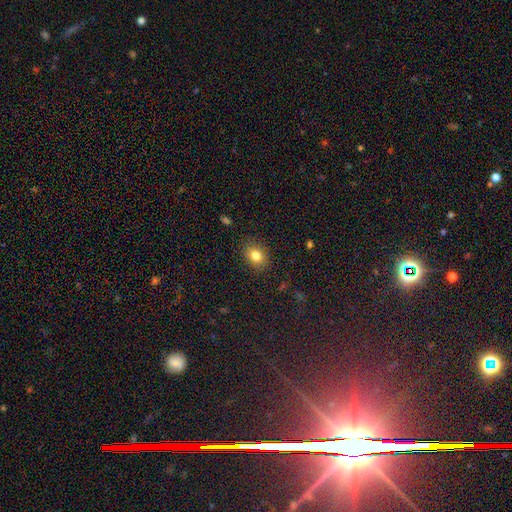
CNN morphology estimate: Smooth or featured? smooth (81%)
How rounded? in between (56%)
Merging? none (86%)